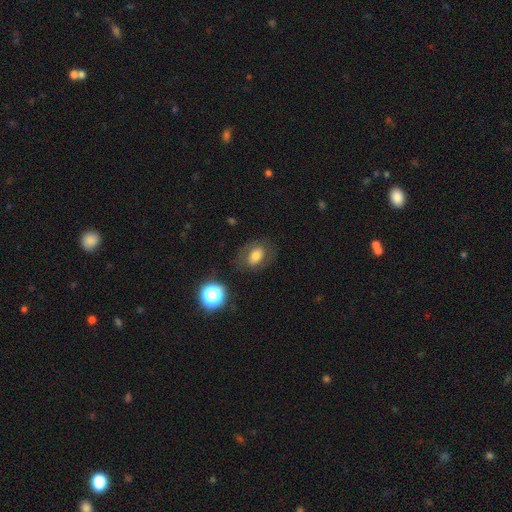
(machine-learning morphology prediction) A smooth galaxy with no disk features (65%) that is in between round and cigar-shaped (75%). Merging: none (74%).